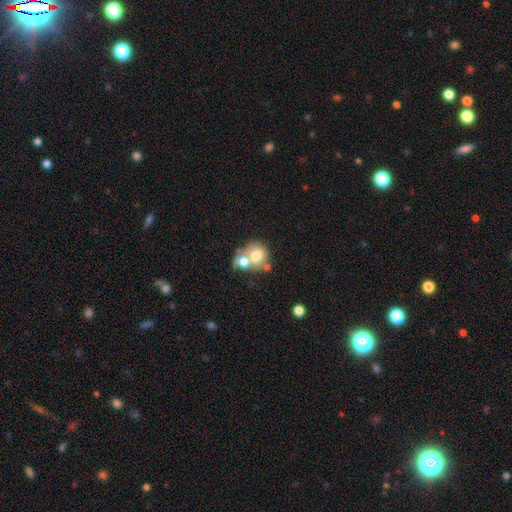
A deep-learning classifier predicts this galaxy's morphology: Smooth or featured? Predicted: smooth (p=0.67). How rounded? Predicted: round (p=0.70). Merging? Predicted: merger (p=0.60).